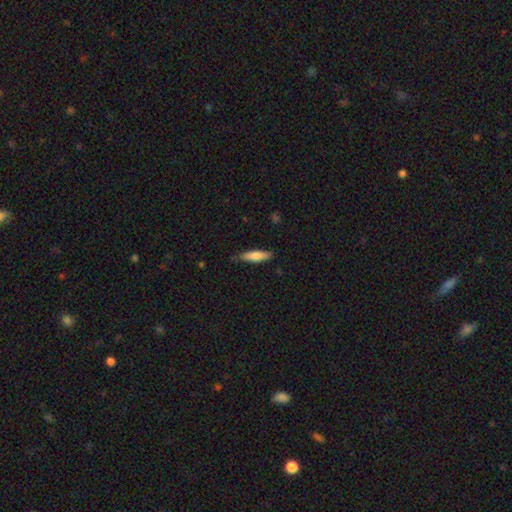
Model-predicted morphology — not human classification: Smooth or featured: smooth — 74% (featured or disk — 21%)
How rounded: cigar-shaped — 70% (in between — 29%)
Merging: none — 79% (minor disturbance — 17%)